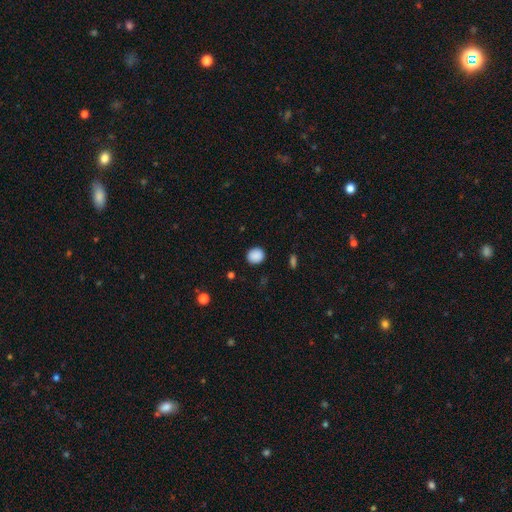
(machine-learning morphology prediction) Overall: smooth (89%). How rounded: round (79%). Merging: none (89%).